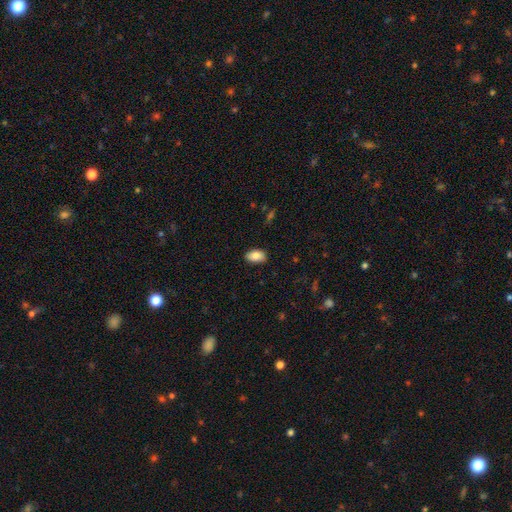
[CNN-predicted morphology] type=smooth (85%); roundness=in between (92%); merging=none (86%).